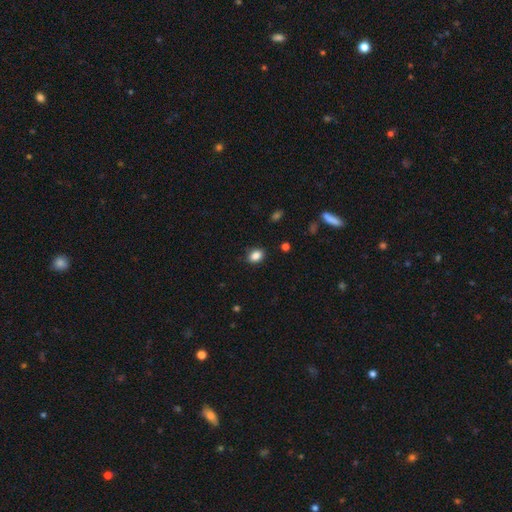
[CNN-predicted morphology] smooth 86%, star or artifact 9%, featured or disk 4%. Down the decision tree: how rounded — in between (72%); merging — none (84%).